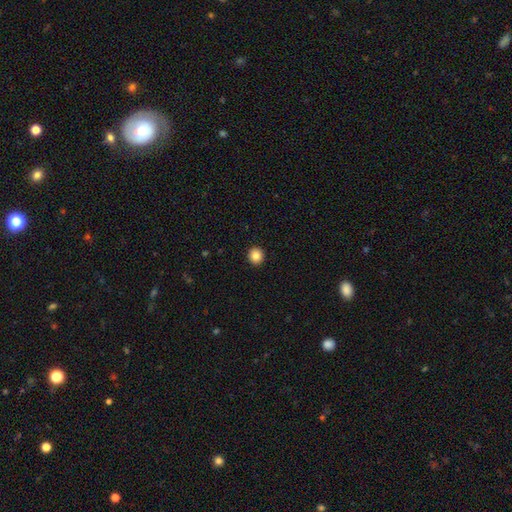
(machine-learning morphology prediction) smooth_or_featured: smooth (p=0.84) [alt: star or artifact p=0.10]
how_rounded: round (p=0.93) [alt: in between p=0.07]
merging: none (p=0.94) [alt: minor disturbance p=0.04]